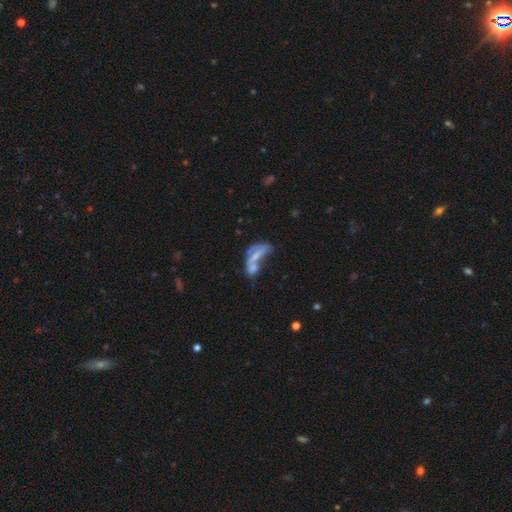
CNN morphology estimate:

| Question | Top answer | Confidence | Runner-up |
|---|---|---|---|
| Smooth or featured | smooth | 49% | featured or disk (40%) |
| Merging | merger | 59% | none (17%) |